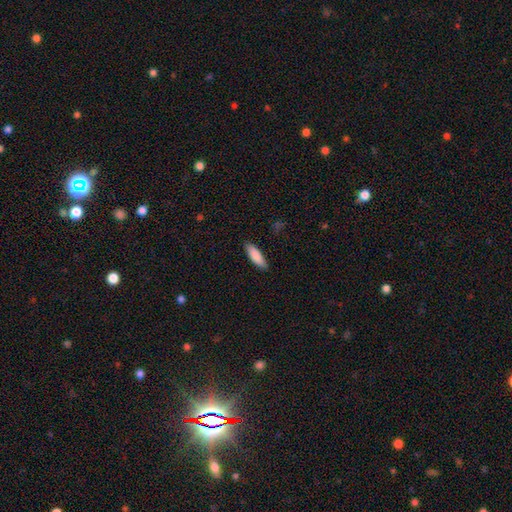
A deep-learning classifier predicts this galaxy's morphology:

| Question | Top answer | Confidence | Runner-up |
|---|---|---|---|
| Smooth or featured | smooth | 86% | featured or disk (8%) |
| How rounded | cigar-shaped | 49% | tied: in between (49%) |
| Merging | none | 89% | minor disturbance (8%) |